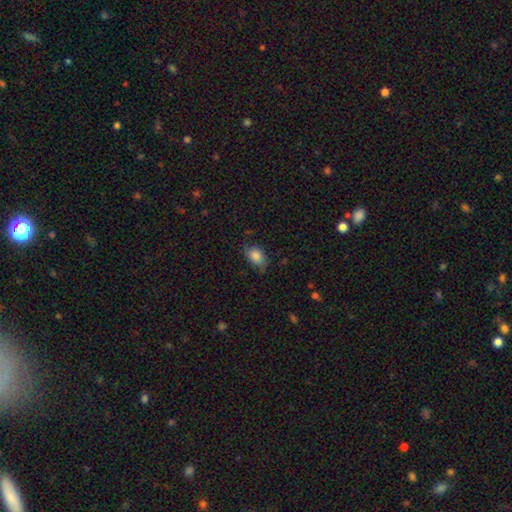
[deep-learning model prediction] Q: Smooth or featured?
A: smooth (81%); runner-up: featured or disk (12%)
Q: How rounded?
A: in between (85%); runner-up: round (13%)
Q: Merging?
A: none (66%); runner-up: minor disturbance (26%)